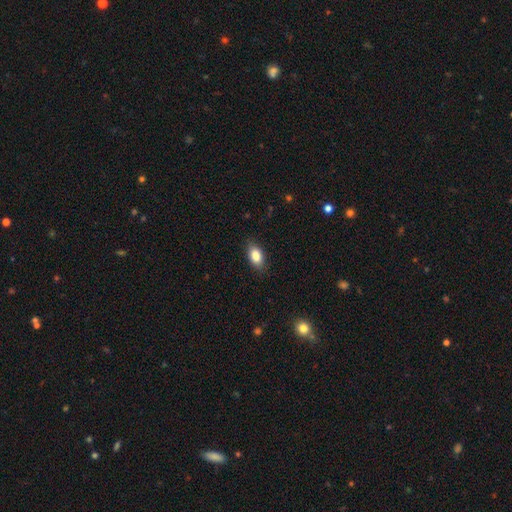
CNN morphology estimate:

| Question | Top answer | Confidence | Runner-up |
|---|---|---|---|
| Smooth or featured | smooth | 86% | star or artifact (8%) |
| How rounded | in between | 89% | round (7%) |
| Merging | none | 86% | minor disturbance (11%) |